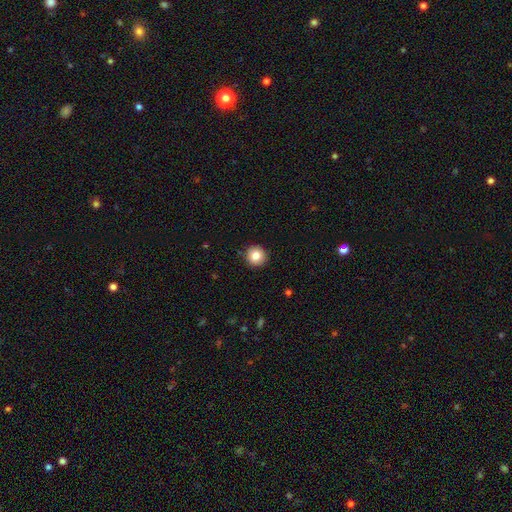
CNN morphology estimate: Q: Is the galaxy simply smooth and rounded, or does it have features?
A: smooth — 83%.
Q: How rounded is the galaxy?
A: round — 95%.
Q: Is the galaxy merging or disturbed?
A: none — 92%.